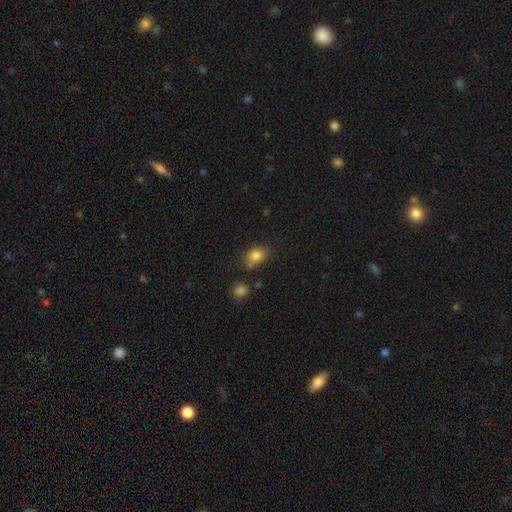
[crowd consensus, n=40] Smooth or featured? smooth (85%)
How rounded? in between (71%)
Merging? none (50%)